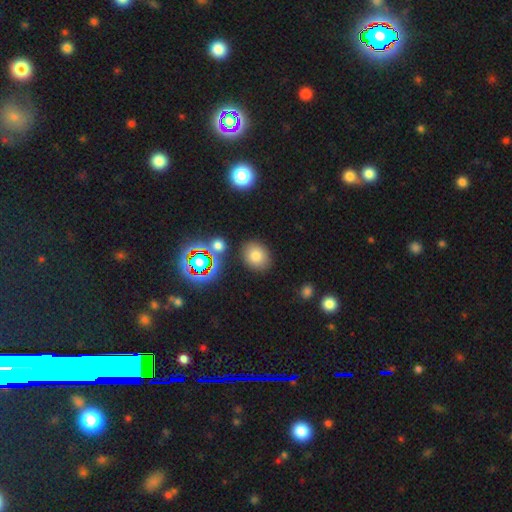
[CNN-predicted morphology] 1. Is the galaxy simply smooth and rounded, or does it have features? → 76% smooth, 15% star or artifact, 9% featured or disk.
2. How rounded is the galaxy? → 54% round, 44% in between, 1% cigar-shaped.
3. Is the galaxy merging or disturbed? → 84% none, 9% minor disturbance, 4% merger, 3% major disturbance.